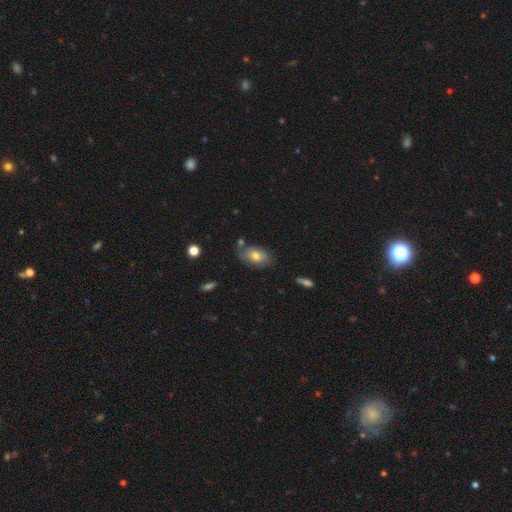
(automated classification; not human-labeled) A smooth galaxy with no disk features (71%) that is in between round and cigar-shaped (90%). Merging: none (70%).